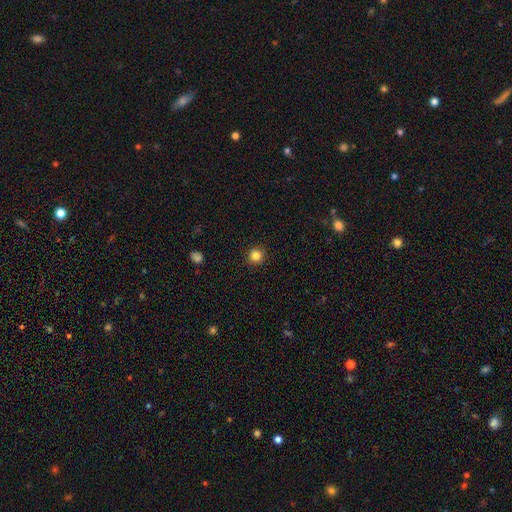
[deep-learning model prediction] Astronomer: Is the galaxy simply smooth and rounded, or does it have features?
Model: smooth — 83%.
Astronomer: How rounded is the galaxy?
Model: round — 95%.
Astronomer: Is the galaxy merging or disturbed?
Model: none — 93%.